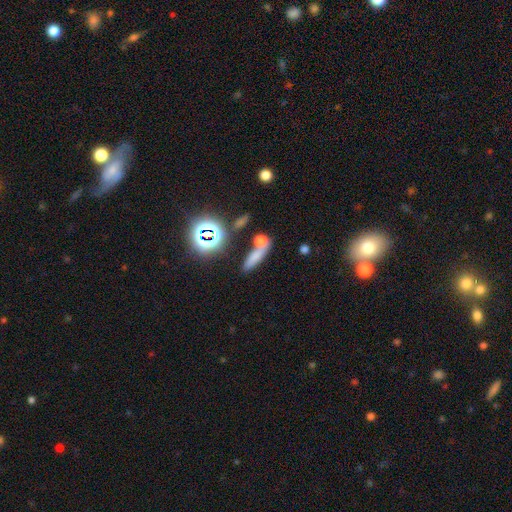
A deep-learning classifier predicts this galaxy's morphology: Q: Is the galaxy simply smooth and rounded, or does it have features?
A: smooth — 66%.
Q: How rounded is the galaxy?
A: cigar-shaped — 52%.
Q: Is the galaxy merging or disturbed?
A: none — 53%.